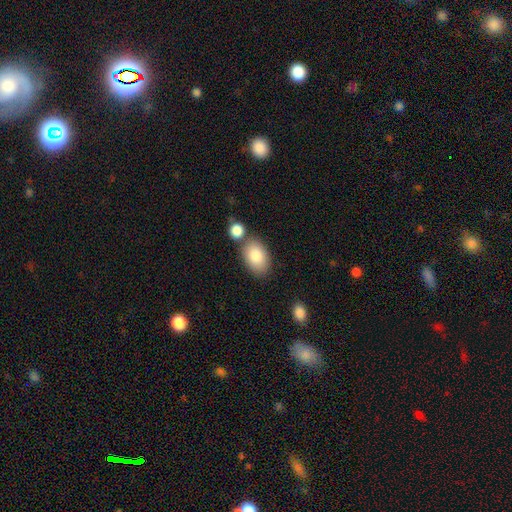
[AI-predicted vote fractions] This is clearly a smooth galaxy (84%). How rounded: clearly in between (89%). Merging: likely none (68%).